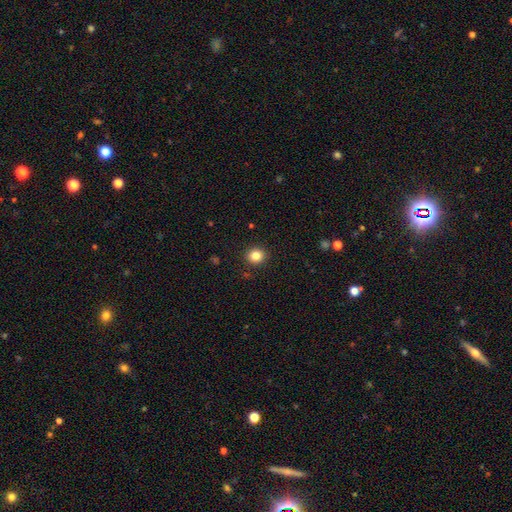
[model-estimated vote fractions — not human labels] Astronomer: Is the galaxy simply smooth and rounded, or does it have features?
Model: smooth — 83%.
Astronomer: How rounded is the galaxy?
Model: round — 86%.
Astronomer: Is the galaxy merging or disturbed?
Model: none — 91%.